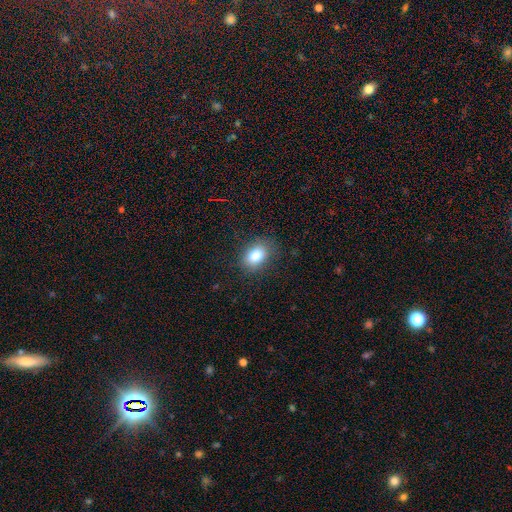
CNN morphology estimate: smooth 81%, star or artifact 10%, featured or disk 9%. Down the decision tree: how rounded — in between (74%); merging — none (81%).